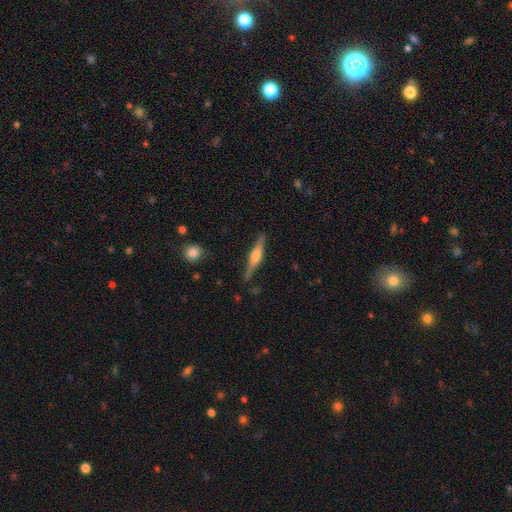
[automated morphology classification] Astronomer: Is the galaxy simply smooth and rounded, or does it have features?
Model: featured or disk — 72%.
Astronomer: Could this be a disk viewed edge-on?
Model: yes — 98%.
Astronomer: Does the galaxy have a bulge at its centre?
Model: rounded — 85%.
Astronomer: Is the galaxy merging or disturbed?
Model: none — 88%.